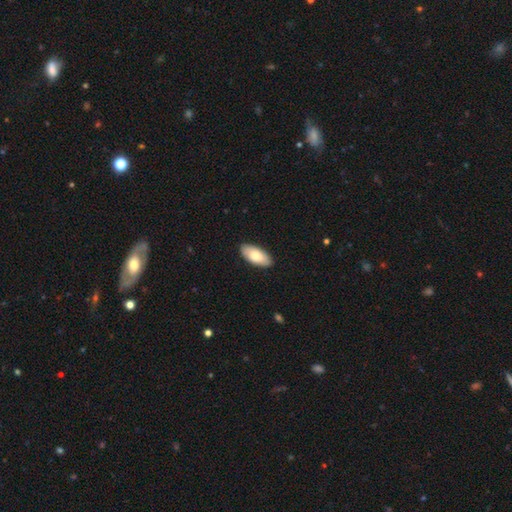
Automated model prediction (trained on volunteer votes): Overall: smooth (79%). How rounded: in between (92%). Merging: none (89%).